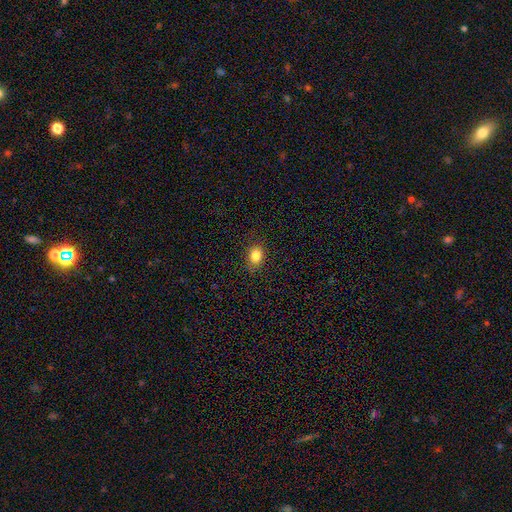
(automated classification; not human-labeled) Smooth or featured? smooth (84%)
How rounded? in between (66%)
Merging? none (86%)